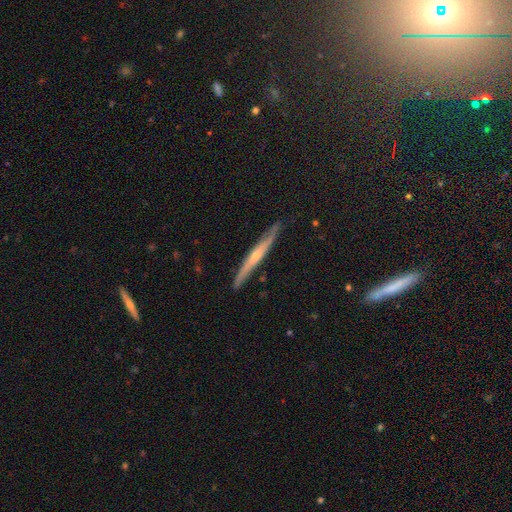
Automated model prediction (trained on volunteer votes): Smooth or featured? Predicted: featured or disk (p=0.67). Edge-on disk? Predicted: yes (p=0.94). Edge-on bulge? Predicted: rounded (p=0.59). Merging? Predicted: none (p=0.86).